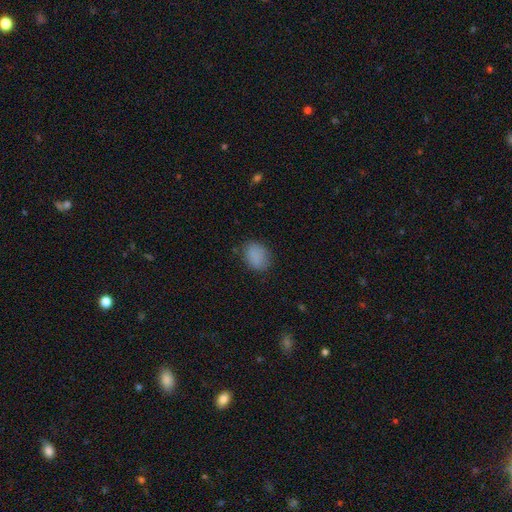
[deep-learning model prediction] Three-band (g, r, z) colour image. It shows a smooth galaxy with no disk features (86%) that is in between round and cigar-shaped (56%). Merging: none (79%).